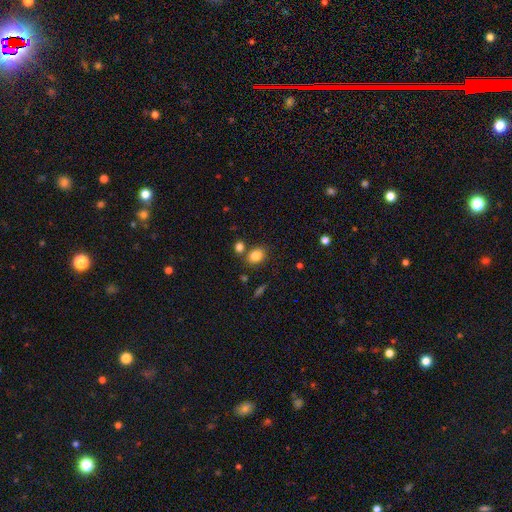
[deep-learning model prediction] Smooth or featured? Predicted: smooth (p=0.83). How rounded? Predicted: in between (p=0.61). Merging? Predicted: none (p=0.71).